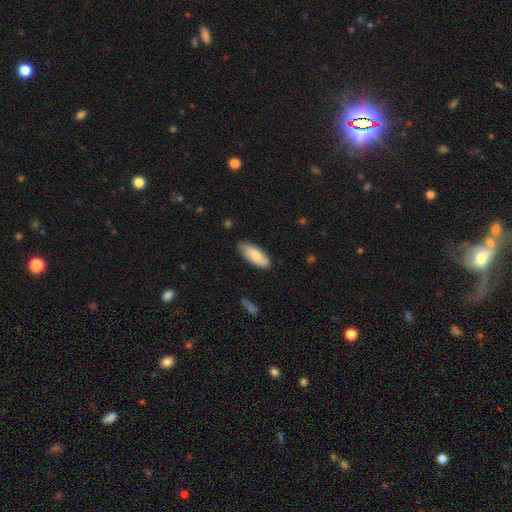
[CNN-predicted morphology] Overall: smooth (78%). How rounded: in between (81%). Merging: none (81%).